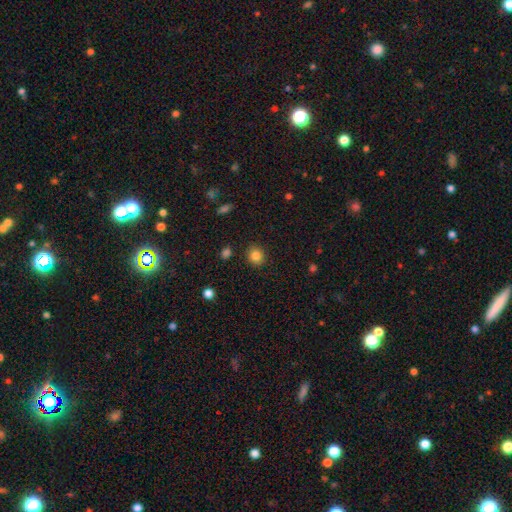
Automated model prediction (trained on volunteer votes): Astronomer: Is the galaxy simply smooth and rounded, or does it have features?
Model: smooth — 84%.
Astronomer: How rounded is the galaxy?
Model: round — 82%.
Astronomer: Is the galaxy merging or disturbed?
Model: none — 89%.